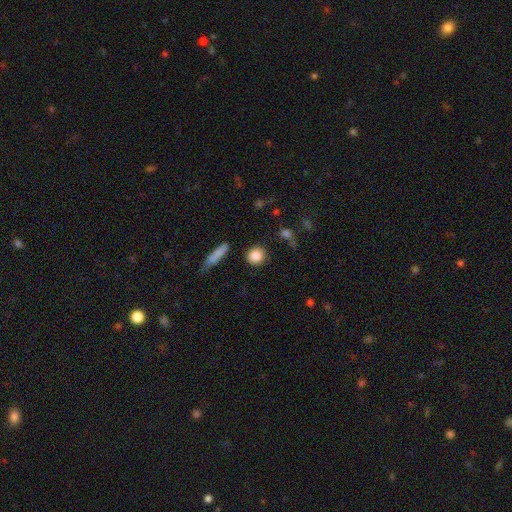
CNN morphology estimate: Smooth or featured: smooth — 86% (star or artifact — 8%)
How rounded: round — 88% (in between — 10%)
Merging: none — 85% (minor disturbance — 9%)